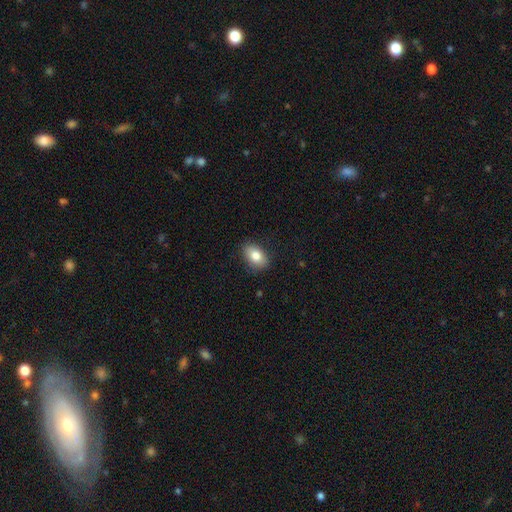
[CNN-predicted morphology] Smooth or featured? smooth (82%)
How rounded? in between (85%)
Merging? none (85%)